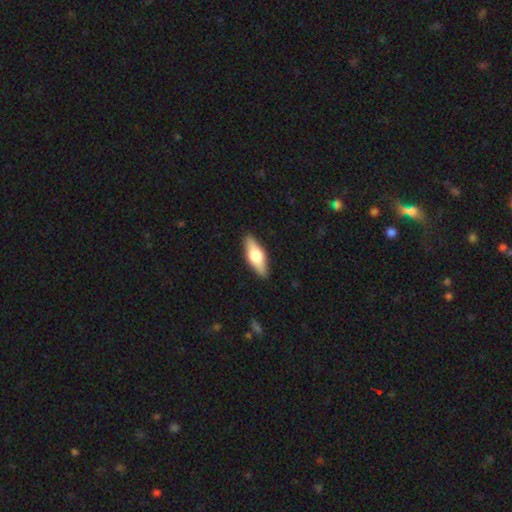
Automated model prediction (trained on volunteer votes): The model was most divided on "smooth or featured": smooth: 57%, featured or disk: 38%, star or artifact: 6%. More confident: merging — none (89%); how rounded — in between (63%).